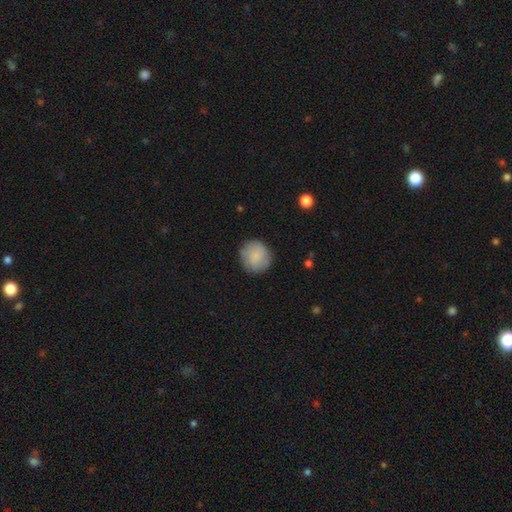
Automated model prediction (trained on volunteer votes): smooth-or-featured: smooth: 79% | featured or disk: 14% | star or artifact: 7%
  how-rounded: round: 90% | in between: 9% | cigar-shaped: 1%
  merging: none: 83% | minor disturbance: 13% | major disturbance: 3% | merger: 1%